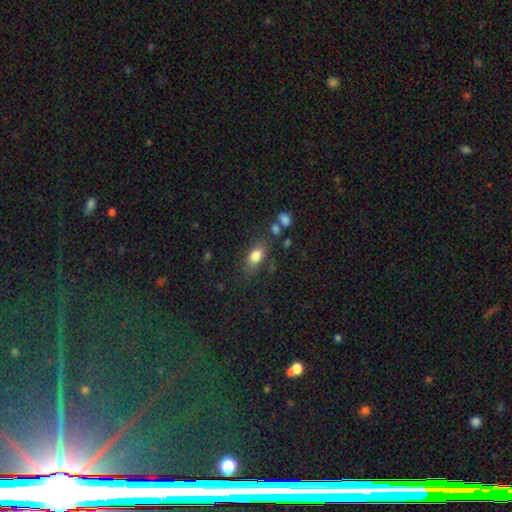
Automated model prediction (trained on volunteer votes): This appears to be a smooth galaxy with no disk features (81%) that is in between round and cigar-shaped (83%). Merging: none (73%).